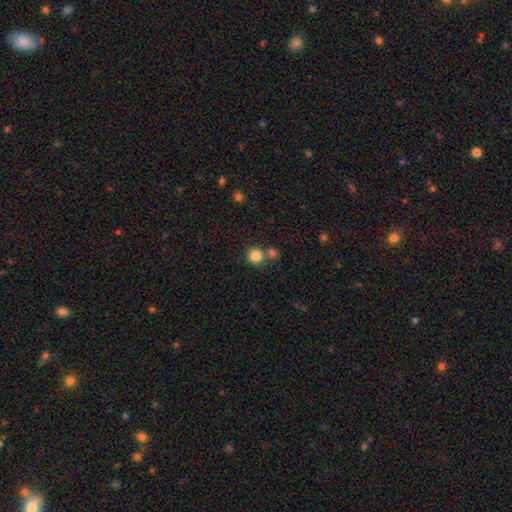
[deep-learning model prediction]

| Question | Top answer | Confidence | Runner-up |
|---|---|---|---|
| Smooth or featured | smooth | 84% | star or artifact (11%) |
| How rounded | round | 91% | in between (8%) |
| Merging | none | 65% | merger (23%) |